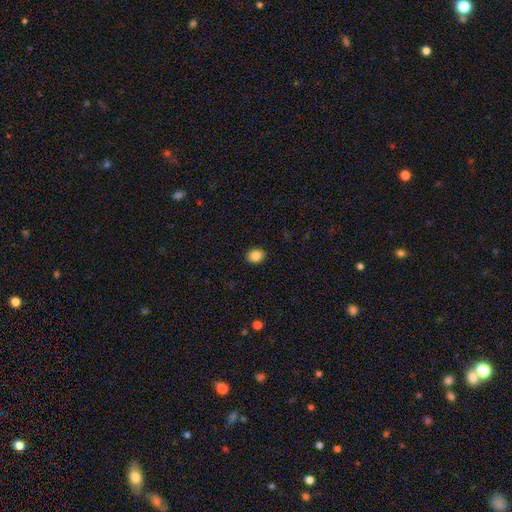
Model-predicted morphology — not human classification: Smooth or featured? smooth (85%)
How rounded? round (57%)
Merging? none (90%)